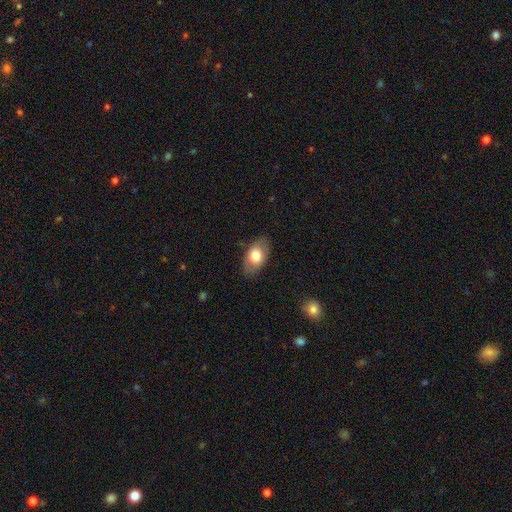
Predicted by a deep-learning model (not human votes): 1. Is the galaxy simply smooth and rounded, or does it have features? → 72% smooth, 21% featured or disk, 6% star or artifact.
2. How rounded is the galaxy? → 91% in between, 7% round, 2% cigar-shaped.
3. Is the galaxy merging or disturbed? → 82% none, 13% minor disturbance, 3% major disturbance, 1% merger.